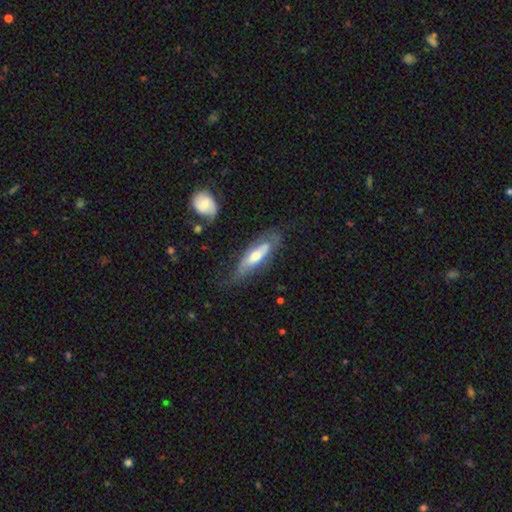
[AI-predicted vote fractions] smooth-or-featured: featured or disk: 54% | smooth: 40% | star or artifact: 6%
  disk-edge-on: no: 62% | yes: 38%
  merging: none: 59% | minor disturbance: 24% | major disturbance: 14% | merger: 3%